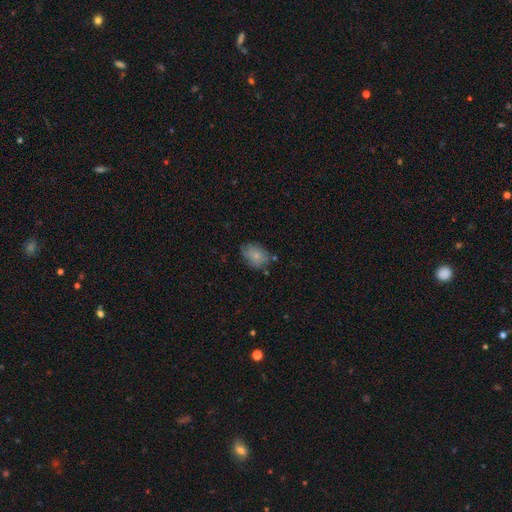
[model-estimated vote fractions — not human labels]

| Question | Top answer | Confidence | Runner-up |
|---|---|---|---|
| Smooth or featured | smooth | 77% | featured or disk (15%) |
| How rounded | in between | 75% | round (24%) |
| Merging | none | 67% | minor disturbance (24%) |